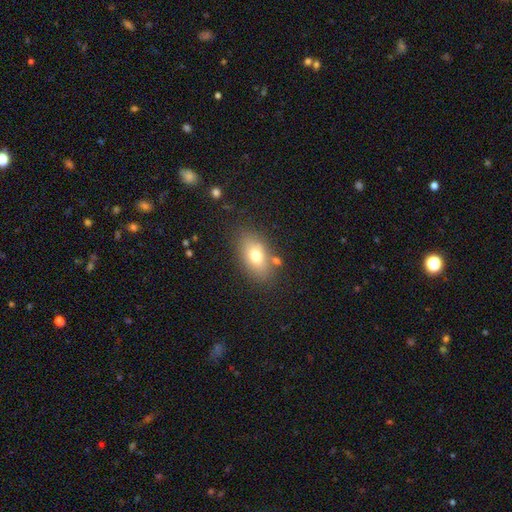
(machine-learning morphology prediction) This appears to be a smooth galaxy with no disk features (72%) that is in between round and cigar-shaped (85%). Merging: none (75%).